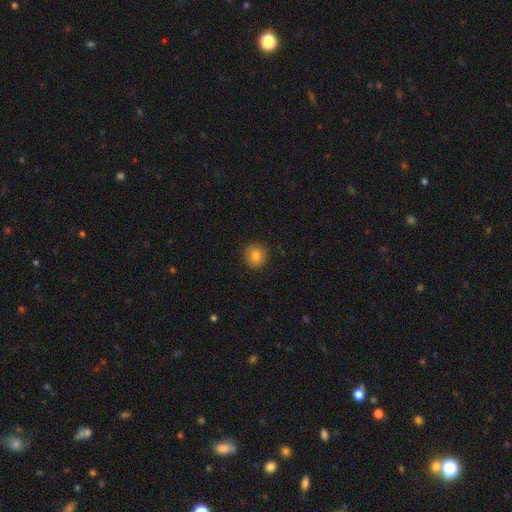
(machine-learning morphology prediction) A smooth galaxy with no disk features (81%) that is round (93%). Merging: none (91%).